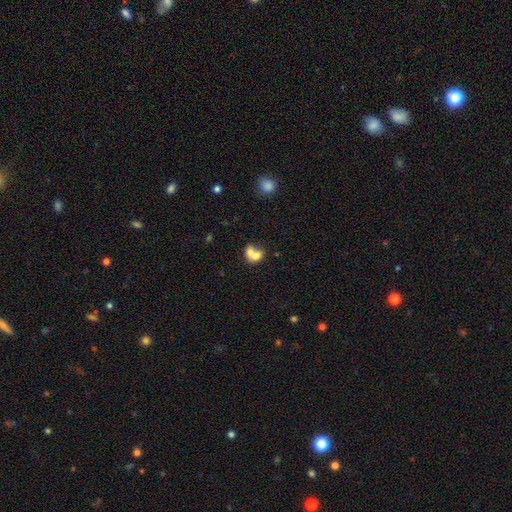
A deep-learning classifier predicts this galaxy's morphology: The model was most divided on "how rounded": in between: 52%, round: 47%, cigar-shaped: 1%. More confident: merging — merger (73%); smooth or featured — smooth (67%).